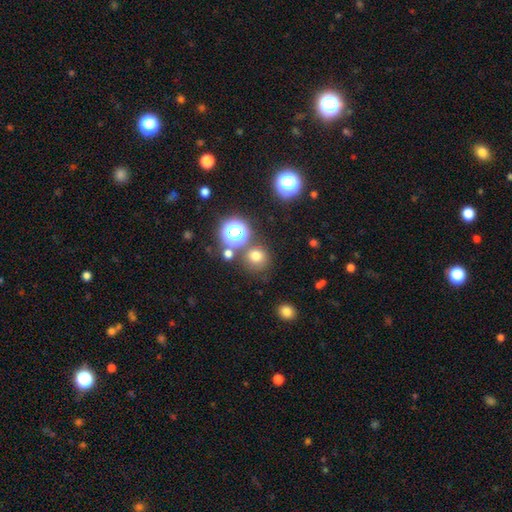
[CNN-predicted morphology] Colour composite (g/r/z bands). It shows a smooth galaxy with no disk features (70%) that is round (90%). Merging: none (74%).